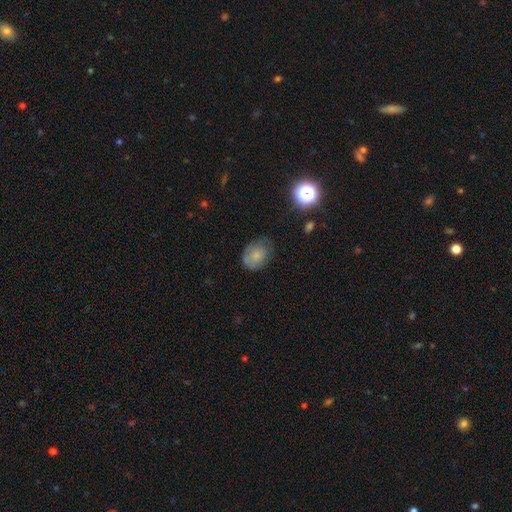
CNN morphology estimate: This appears to be a smooth galaxy with no disk features (72%) that is in between round and cigar-shaped (58%). Merging: none (59%).